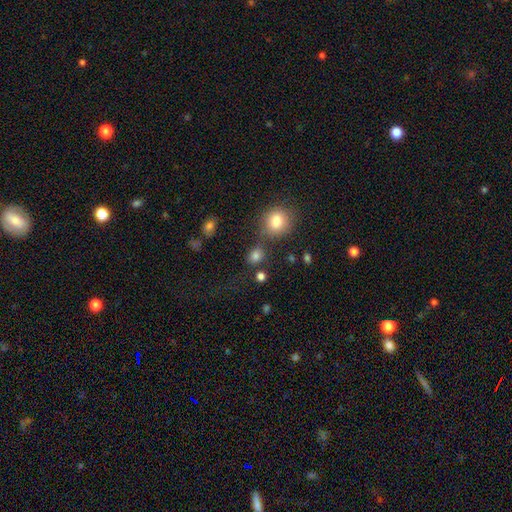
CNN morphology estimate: Smooth or featured: smooth — 81% (star or artifact — 13%)
How rounded: round — 65% (in between — 33%)
Merging: none — 70% (merger — 13%)